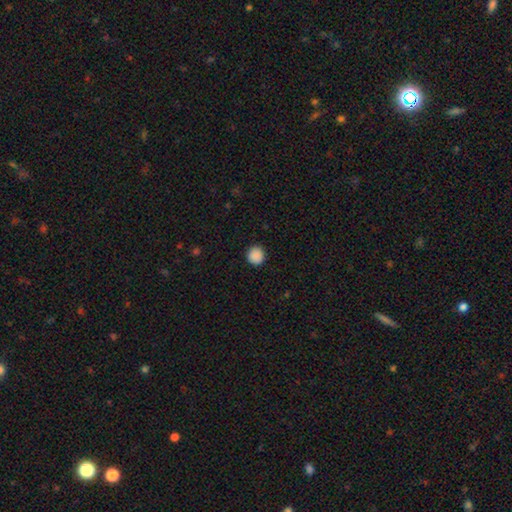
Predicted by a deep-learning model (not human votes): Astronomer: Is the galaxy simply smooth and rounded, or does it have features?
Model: smooth — 89%.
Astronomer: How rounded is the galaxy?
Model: round — 92%.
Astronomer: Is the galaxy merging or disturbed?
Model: none — 92%.